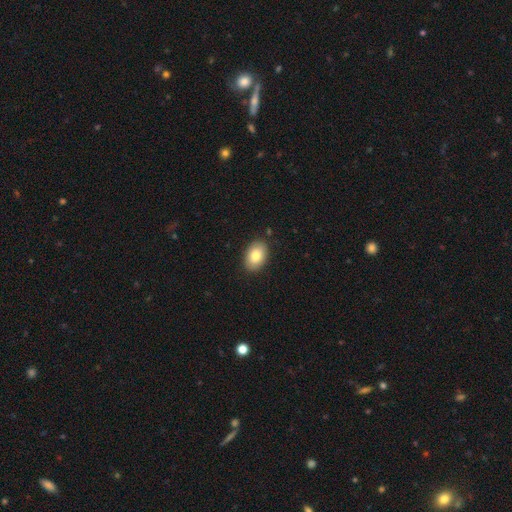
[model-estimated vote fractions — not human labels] Smooth or featured?
  - smooth: 83% *
  - featured or disk: 10%
  - star or artifact: 7%
How rounded?
  - in between: 86% *
  - round: 13%
  - cigar-shaped: 1%
Merging?
  - none: 87% *
  - minor disturbance: 10%
  - major disturbance: 2%
  - merger: 1%